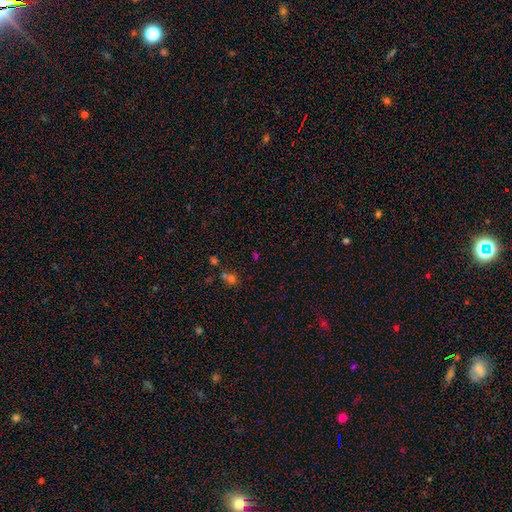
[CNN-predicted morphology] Overall: smooth (46%; star or artifact 45%). Merging: none (59%; merger 26%).